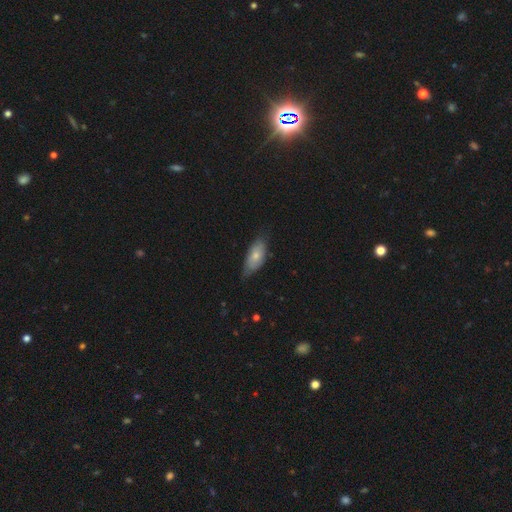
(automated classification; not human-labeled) This is likely a smooth galaxy (67%). How rounded: clearly in between (88%). Merging: possibly none (60%).